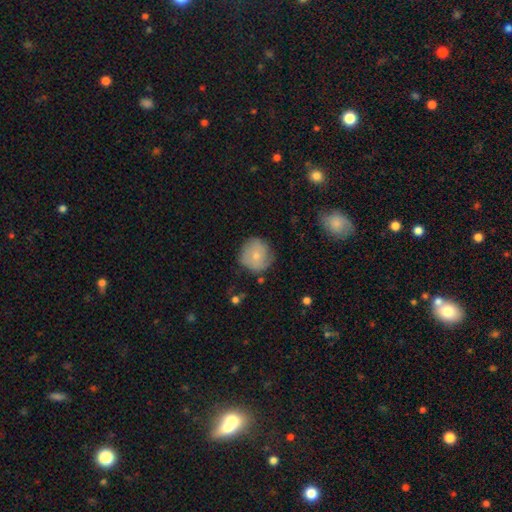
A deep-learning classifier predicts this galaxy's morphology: Overall: smooth (63%; featured or disk 29%). How rounded: round (91%). Merging: none (69%).